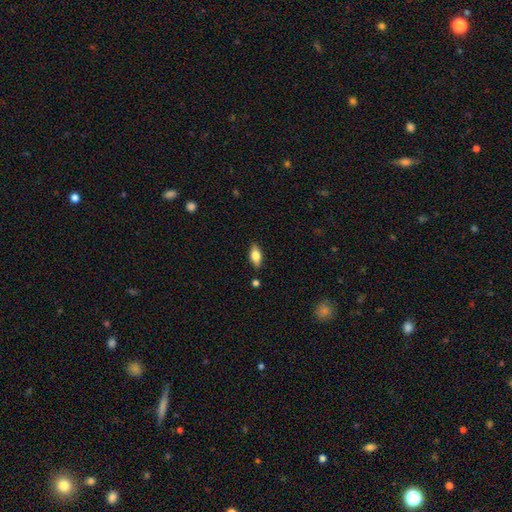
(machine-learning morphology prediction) Smooth or featured? Predicted: smooth (p=0.66). How rounded? Predicted: in between (p=0.80). Merging? Predicted: none (p=0.85).